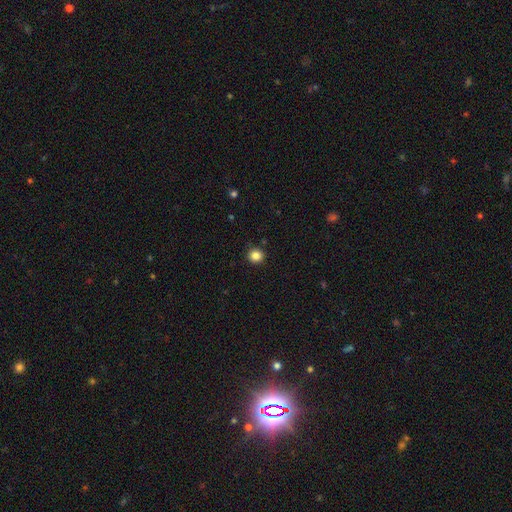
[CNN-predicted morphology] Smooth or featured? Predicted: smooth (p=0.85). How rounded? Predicted: round (p=0.89). Merging? Predicted: none (p=0.90).